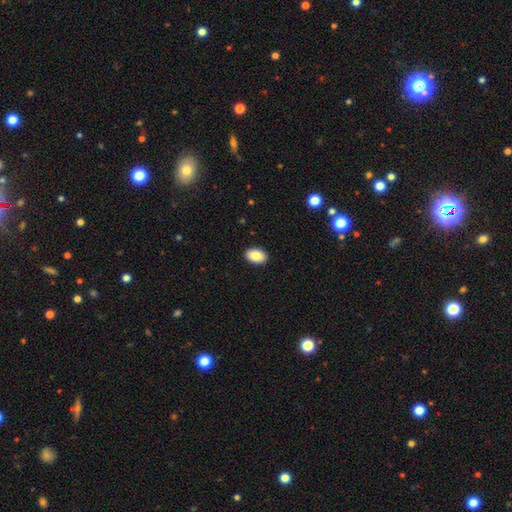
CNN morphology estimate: This is clearly a smooth galaxy (85%). How rounded: clearly in between (90%). Merging: clearly none (91%).